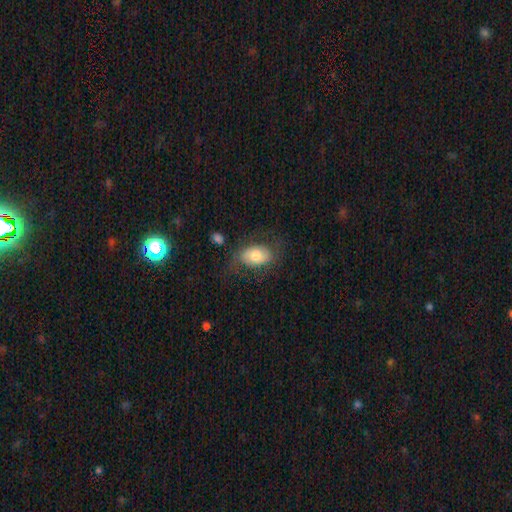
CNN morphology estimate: Q: Smooth or featured?
A: smooth (64%); runner-up: featured or disk (29%)
Q: How rounded?
A: in between (89%); runner-up: round (9%)
Q: Merging?
A: none (58%); runner-up: minor disturbance (23%)